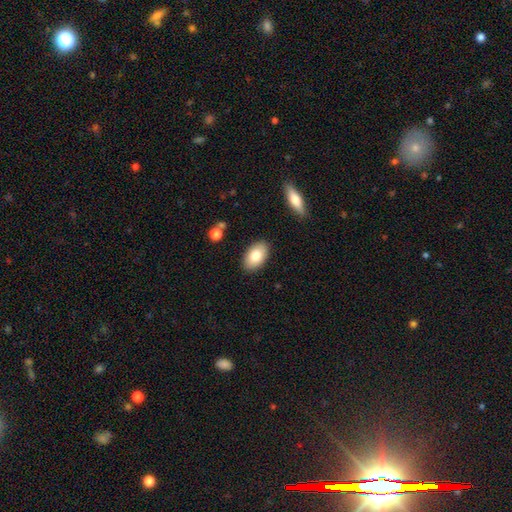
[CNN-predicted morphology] A smooth galaxy with no disk features (80%) that is in between round and cigar-shaped (93%).

Vote fractions:
- Smooth or featured? smooth: 80% / featured or disk: 14% / star or artifact: 7%
- How rounded? in between: 93% / round: 6% / cigar-shaped: 1%
- Merging? none: 88% / minor disturbance: 9% / major disturbance: 2% / merger: 1%